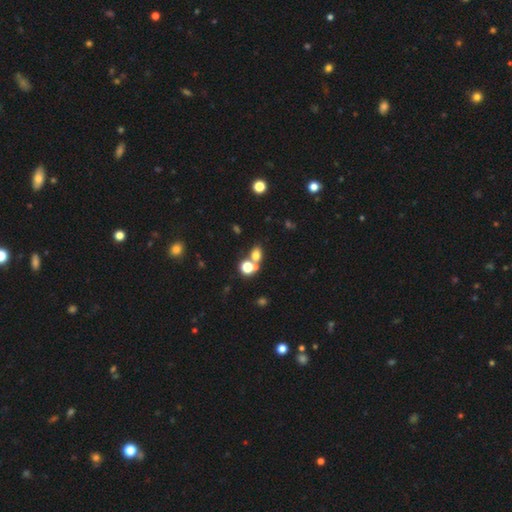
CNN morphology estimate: type=smooth (69%); roundness=round (51%); merging=none (50%).